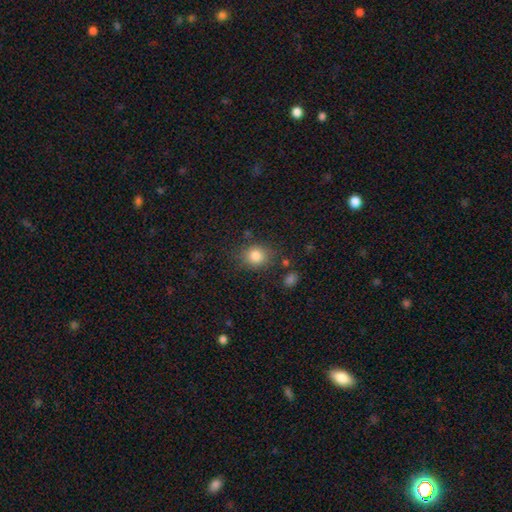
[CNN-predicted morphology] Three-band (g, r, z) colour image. It shows a smooth galaxy with no disk features (83%) that is round (74%). Merging: none (78%).